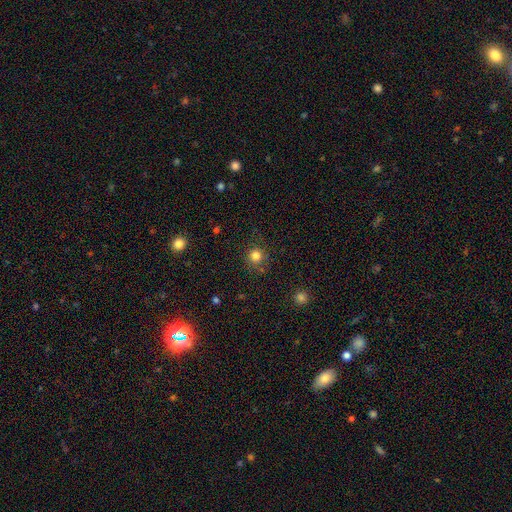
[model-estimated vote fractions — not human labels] smooth 81%, star or artifact 13%, featured or disk 6%. Down the decision tree: how rounded — round (92%); merging — none (80%).